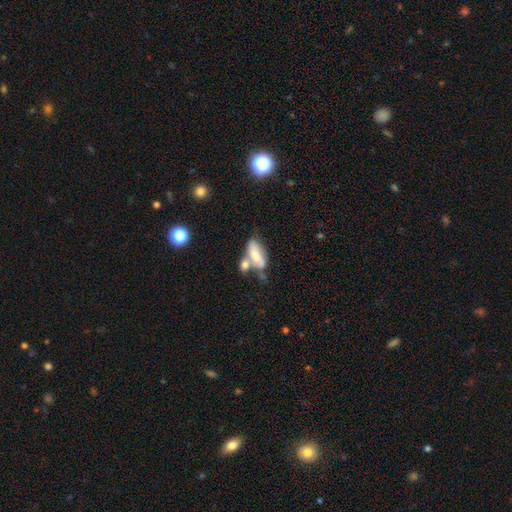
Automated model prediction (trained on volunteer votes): smooth 58%, featured or disk 33%, star or artifact 9%. Down the decision tree: how rounded — in between (80%); merging — merger (49%).